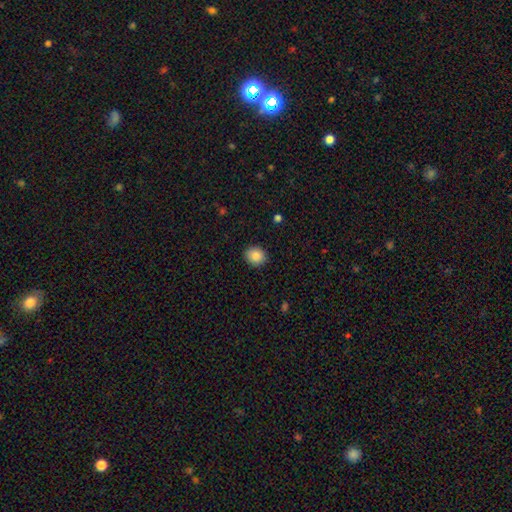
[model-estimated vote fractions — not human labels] Morphology: type=smooth (86%); roundness=round (73%); merging=none (90%).